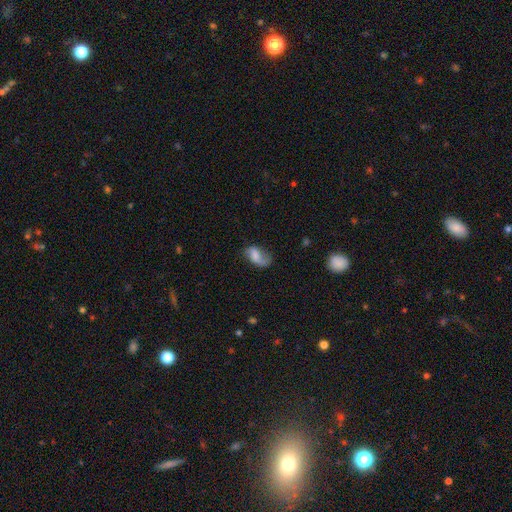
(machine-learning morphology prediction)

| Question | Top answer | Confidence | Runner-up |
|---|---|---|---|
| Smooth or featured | smooth | 57% | featured or disk (34%) |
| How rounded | in between | 90% | round (8%) |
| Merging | none | 47% | minor disturbance (31%) |